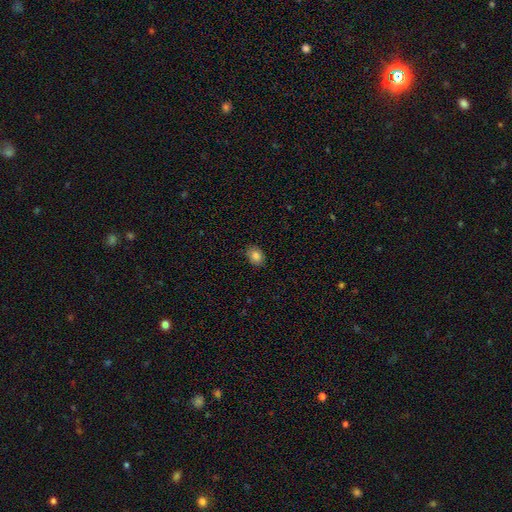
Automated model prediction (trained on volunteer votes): A smooth galaxy with no disk features (85%) that is in between round and cigar-shaped (63%). Merging: none (86%).